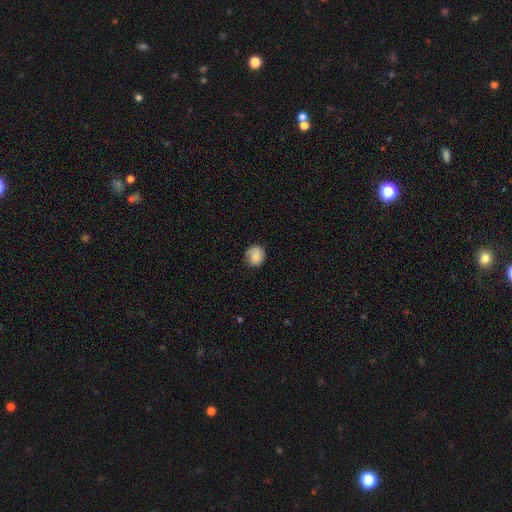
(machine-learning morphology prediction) Q: Smooth or featured?
A: smooth (78%); runner-up: featured or disk (14%)
Q: How rounded?
A: round (84%); runner-up: in between (15%)
Q: Merging?
A: none (76%); runner-up: minor disturbance (18%)